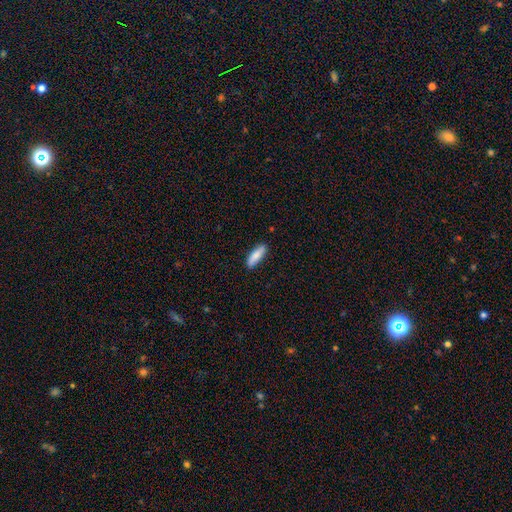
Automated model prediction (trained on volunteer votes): Smooth or featured?
  - smooth: 82% *
  - featured or disk: 12%
  - star or artifact: 6%
How rounded?
  - in between: 50% *
  - cigar-shaped: 48%
  - round: 2%
Merging?
  - none: 87% *
  - minor disturbance: 10%
  - major disturbance: 2%
  - merger: 1%